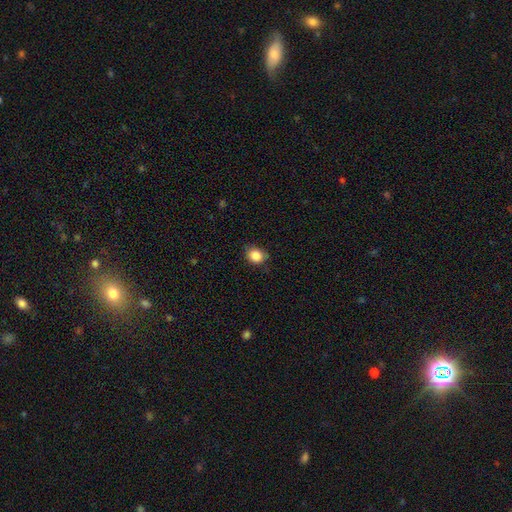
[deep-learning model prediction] This appears to be a smooth galaxy with no disk features (86%) that is round (66%). Merging: none (77%).